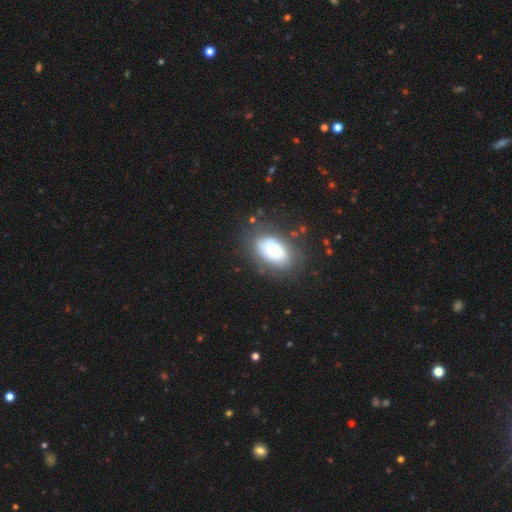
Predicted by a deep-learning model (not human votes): Smooth or featured? smooth (70%)
How rounded? in between (89%)
Merging? none (76%)